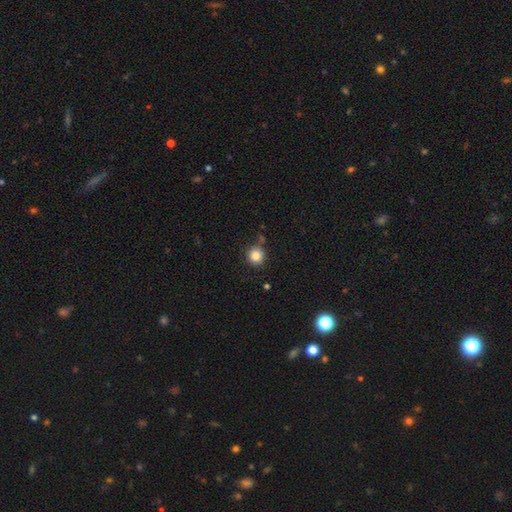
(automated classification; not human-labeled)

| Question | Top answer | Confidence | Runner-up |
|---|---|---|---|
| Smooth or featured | smooth | 85% | star or artifact (10%) |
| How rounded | round | 94% | in between (5%) |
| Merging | none | 81% | minor disturbance (11%) |